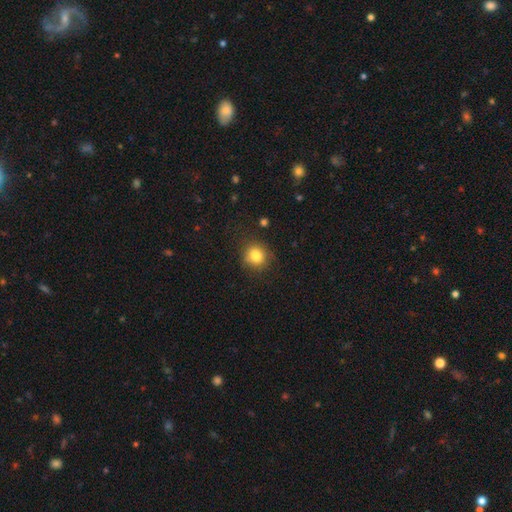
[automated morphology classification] A smooth galaxy with no disk features (82%) that is round (84%). Merging: none (82%).